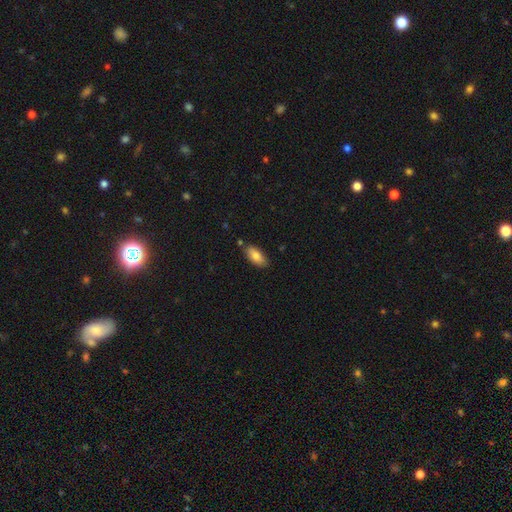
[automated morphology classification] type=smooth (81%); roundness=in between (88%); merging=none (80%).